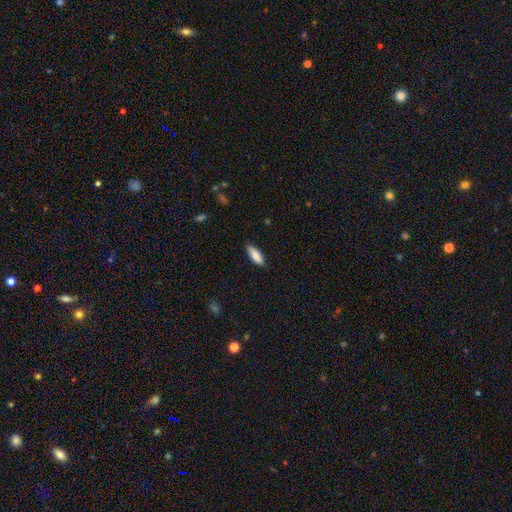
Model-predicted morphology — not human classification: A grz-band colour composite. It shows a smooth galaxy with no disk features (87%) that is in between round and cigar-shaped (65%). Merging: none (86%).